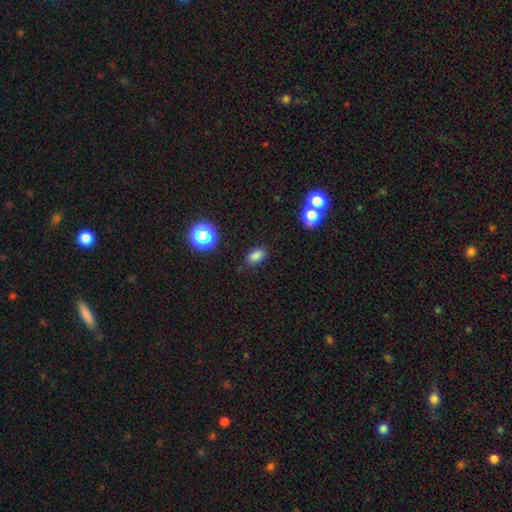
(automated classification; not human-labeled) This appears to be a smooth galaxy with no disk features (81%) that is in between round and cigar-shaped (85%). Merging: none (86%).